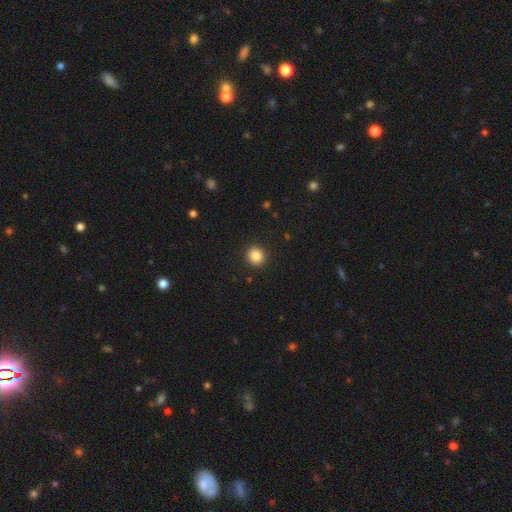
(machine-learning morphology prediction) A smooth galaxy with no disk features (86%) that is round (89%).

Vote fractions:
- Smooth or featured? smooth: 86% / star or artifact: 10% / featured or disk: 4%
- How rounded? round: 89% / in between: 10% / cigar-shaped: 1%
- Merging? none: 91% / minor disturbance: 6% / major disturbance: 2% / merger: 1%